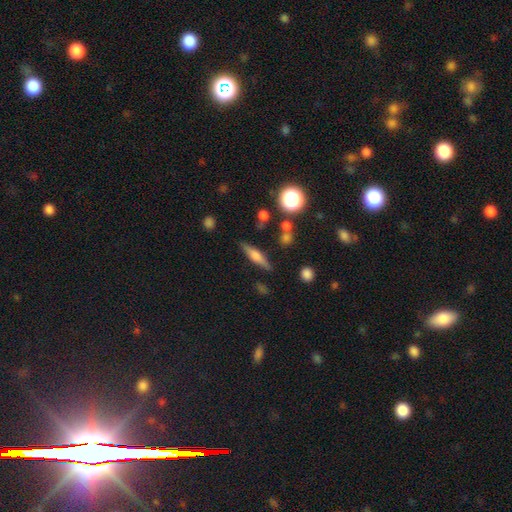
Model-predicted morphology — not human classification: type=featured or disk (52%); edge-on=yes (94%); merging=none (82%).